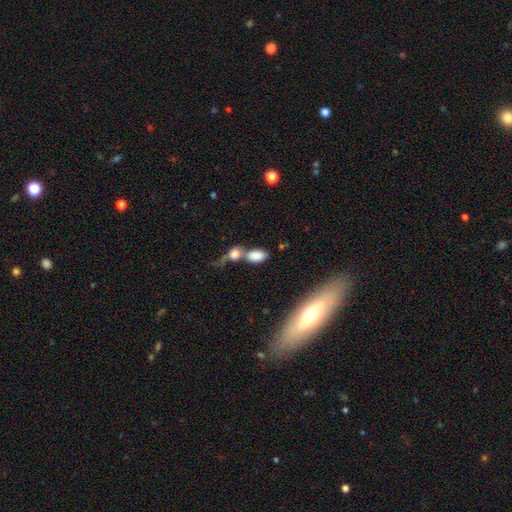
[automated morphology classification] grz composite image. It shows a smooth galaxy with no disk features (82%) that is in between round and cigar-shaped (87%). Merging: merger (55%).